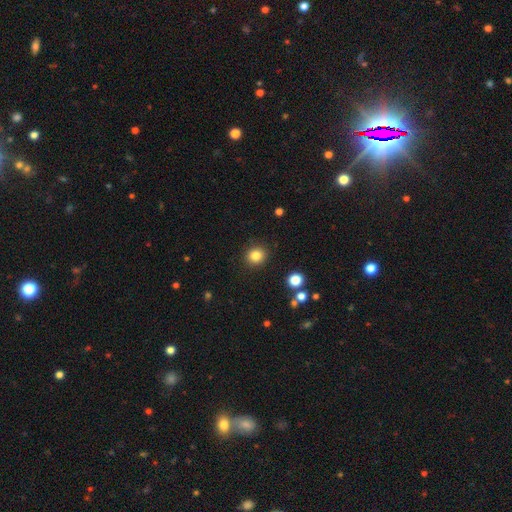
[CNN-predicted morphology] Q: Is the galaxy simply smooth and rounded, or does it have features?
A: smooth — 83%.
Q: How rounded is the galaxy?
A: round — 86%.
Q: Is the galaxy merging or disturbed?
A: none — 90%.